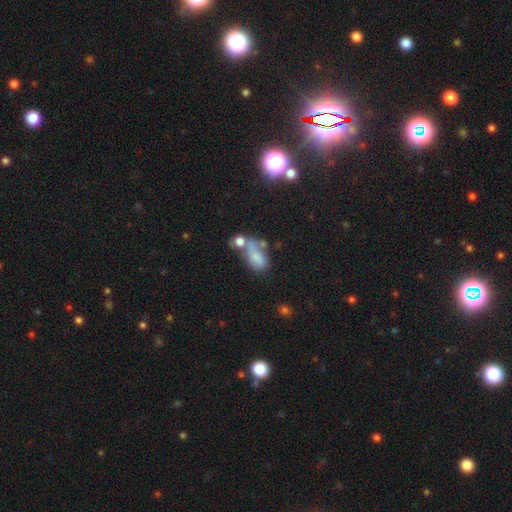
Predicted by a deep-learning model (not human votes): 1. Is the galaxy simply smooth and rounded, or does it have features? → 66% smooth, 22% featured or disk, 13% star or artifact.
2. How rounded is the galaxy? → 86% in between, 10% round, 4% cigar-shaped.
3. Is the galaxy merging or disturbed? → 43% merger, 23% none, 18% major disturbance, 16% minor disturbance.